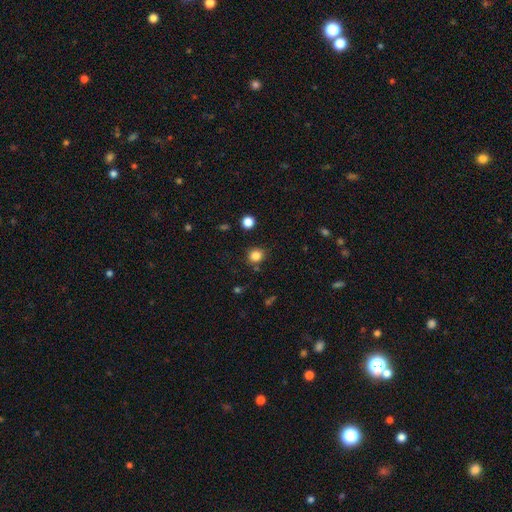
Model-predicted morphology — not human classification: smooth-or-featured: smooth: 84% | star or artifact: 12% | featured or disk: 4%
  how-rounded: round: 85% | in between: 15% | cigar-shaped: 1%
  merging: none: 84% | minor disturbance: 10% | merger: 4% | major disturbance: 3%